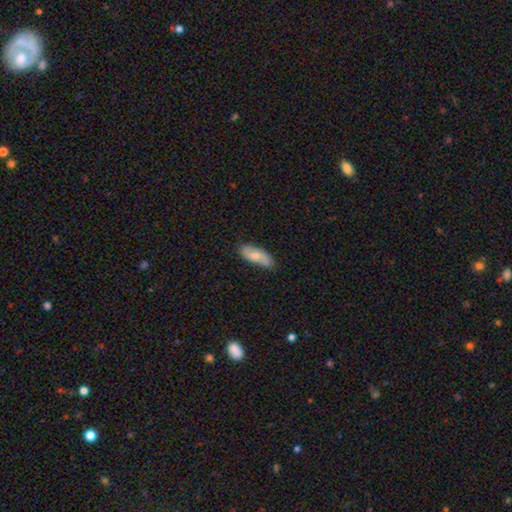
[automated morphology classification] Smooth or featured? smooth (65%)
How rounded? in between (75%)
Merging? none (79%)